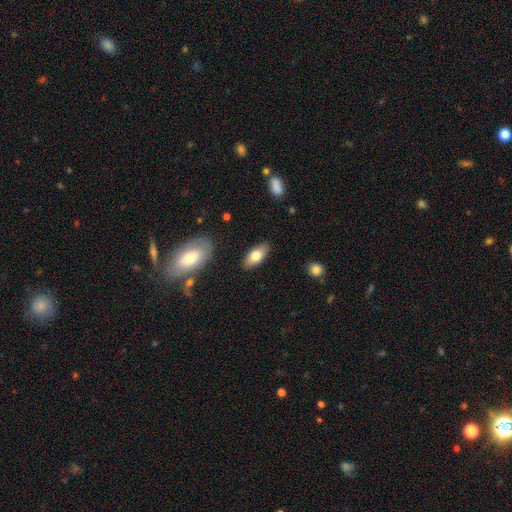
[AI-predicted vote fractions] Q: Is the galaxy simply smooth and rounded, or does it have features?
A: smooth — 75%.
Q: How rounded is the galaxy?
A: in between — 85%.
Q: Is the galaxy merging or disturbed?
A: none — 87%.